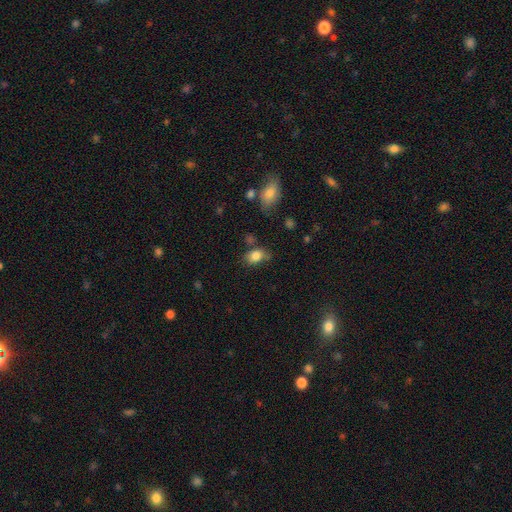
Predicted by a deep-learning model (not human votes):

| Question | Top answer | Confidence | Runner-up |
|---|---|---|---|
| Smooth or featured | smooth | 82% | star or artifact (9%) |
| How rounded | in between | 79% | round (19%) |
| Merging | none | 62% | minor disturbance (25%) |